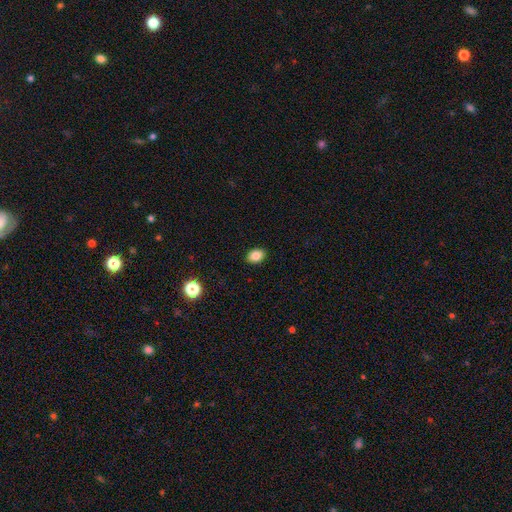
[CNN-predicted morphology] Smooth or featured: smooth — 85% (star or artifact — 10%)
How rounded: in between — 75% (round — 24%)
Merging: none — 90% (minor disturbance — 7%)